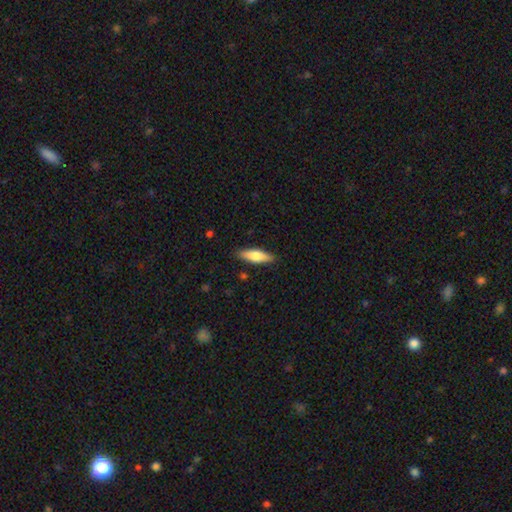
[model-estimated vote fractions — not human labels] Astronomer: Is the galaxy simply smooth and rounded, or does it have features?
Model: smooth — 70%.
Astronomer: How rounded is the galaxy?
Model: cigar-shaped — 56% (runner-up: in between, 42%).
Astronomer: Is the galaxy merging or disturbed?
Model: none — 87%.